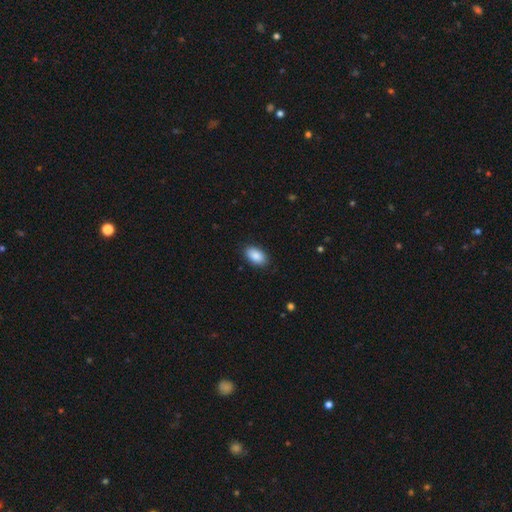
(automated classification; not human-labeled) smooth_or_featured: smooth (p=0.89) [alt: star or artifact p=0.07]
how_rounded: in between (p=0.93) [alt: round p=0.05]
merging: none (p=0.87) [alt: minor disturbance p=0.09]